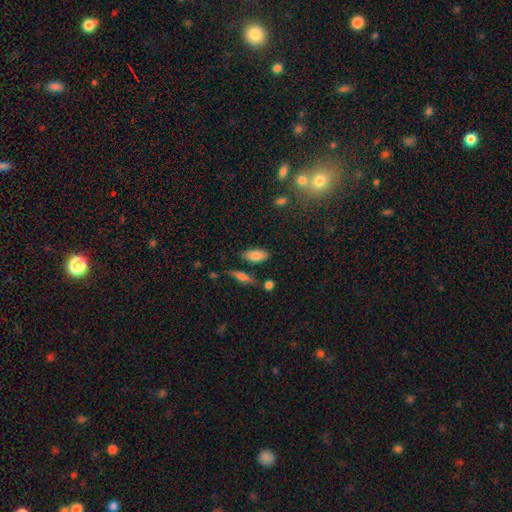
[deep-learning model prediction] The model was most divided on "merging": none: 77%, minor disturbance: 13%, merger: 6%, major disturbance: 4%. More confident: how rounded — in between (87%); smooth or featured — smooth (82%).